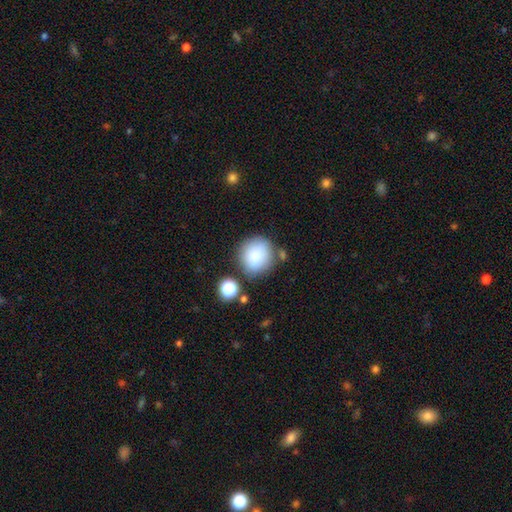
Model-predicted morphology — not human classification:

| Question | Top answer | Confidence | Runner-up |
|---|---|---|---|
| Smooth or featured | smooth | 83% | star or artifact (9%) |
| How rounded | round | 88% | in between (11%) |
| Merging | none | 73% | minor disturbance (14%) |